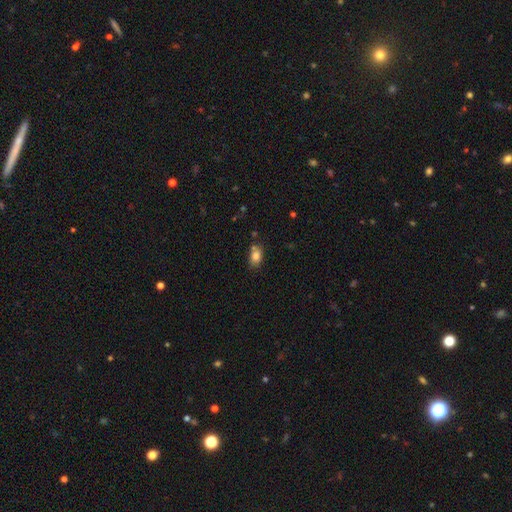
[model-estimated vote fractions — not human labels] This is clearly a smooth galaxy (82%). How rounded: likely in between (75%). Merging: likely none (64%).